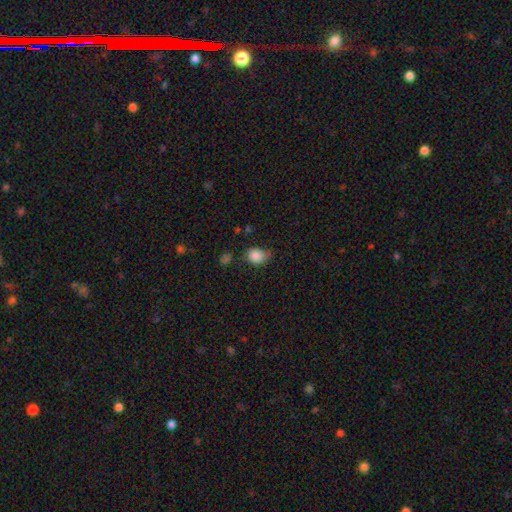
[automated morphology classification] This is clearly a smooth galaxy (85%). How rounded: possibly in between (52%). Merging: possibly none (53%).